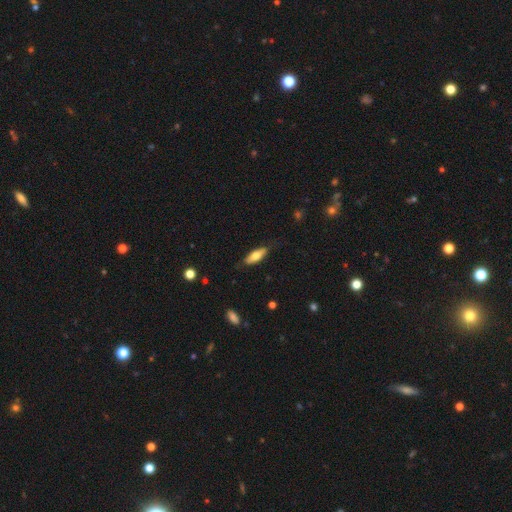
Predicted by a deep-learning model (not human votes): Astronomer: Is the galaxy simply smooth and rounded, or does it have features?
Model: smooth — 69%.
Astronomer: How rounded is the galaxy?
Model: in between — 55% (runner-up: cigar-shaped, 43%).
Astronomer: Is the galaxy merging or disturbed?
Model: none — 79%.